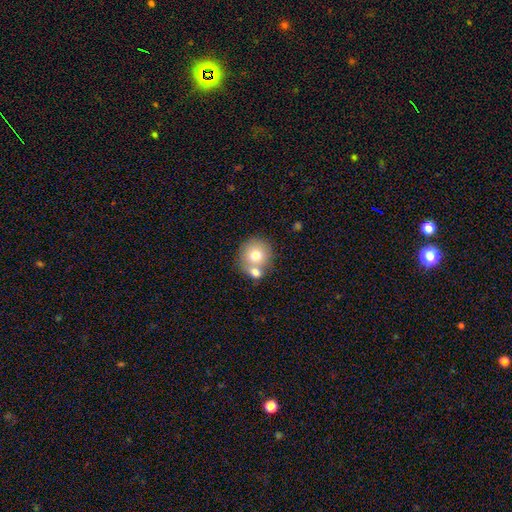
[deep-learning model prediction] Smooth or featured? Predicted: smooth (p=0.73). How rounded? Predicted: round (p=0.86). Merging? Predicted: none (p=0.48).